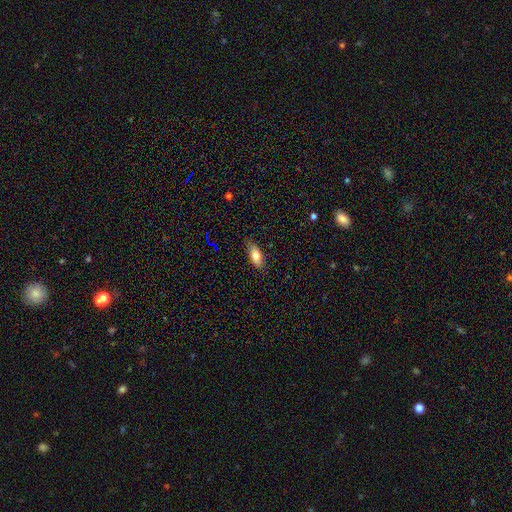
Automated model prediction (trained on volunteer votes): Morphology: type=smooth (81%); roundness=in between (84%); merging=none (79%).